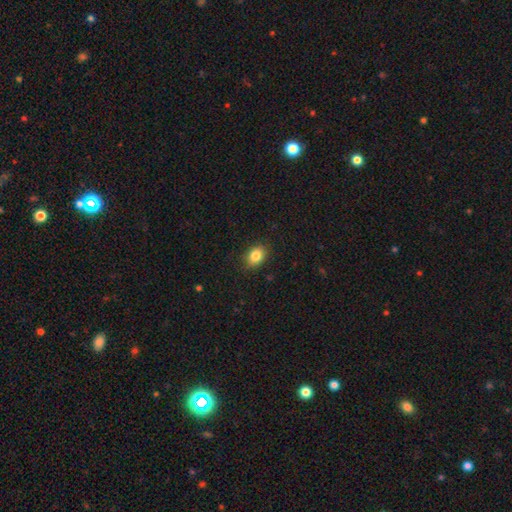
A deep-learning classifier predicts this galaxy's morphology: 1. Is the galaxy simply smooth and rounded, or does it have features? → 85% smooth, 9% star or artifact, 6% featured or disk.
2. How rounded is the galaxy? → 69% in between, 30% round, 1% cigar-shaped.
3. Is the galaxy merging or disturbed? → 86% none, 10% minor disturbance, 3% major disturbance, 1% merger.